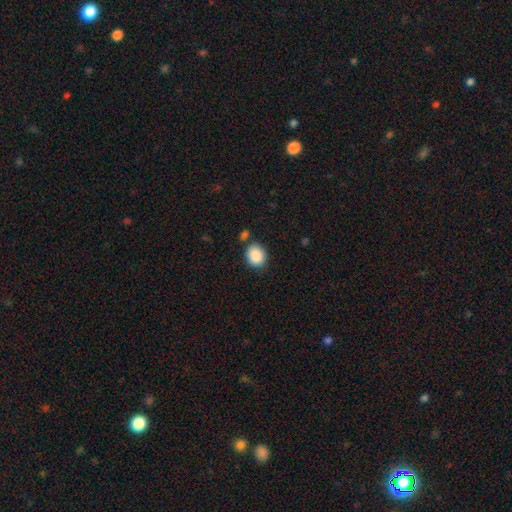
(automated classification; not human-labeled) Smooth or featured: smooth — 88% (star or artifact — 8%)
How rounded: round — 55% (in between — 44%)
Merging: none — 78% (minor disturbance — 13%)